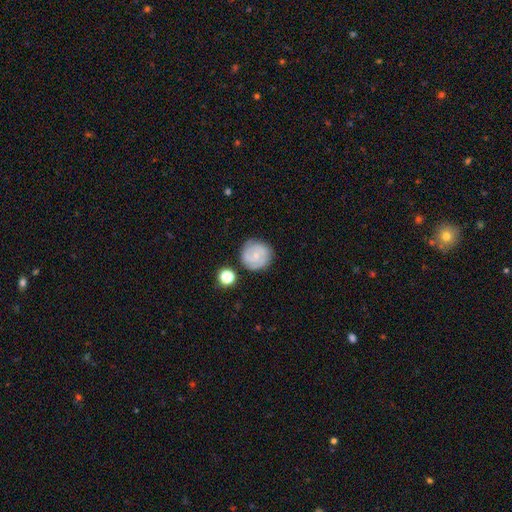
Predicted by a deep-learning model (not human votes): Smooth or featured? featured or disk (64%)
Edge-on disk? no (98%)
Bar? no (67%)
Spiral arms? yes (92%)
Spiral winding? tight (60%)
Spiral arm count? 2 (44%)
Bulge size? small (71%)
Merging? none (79%)